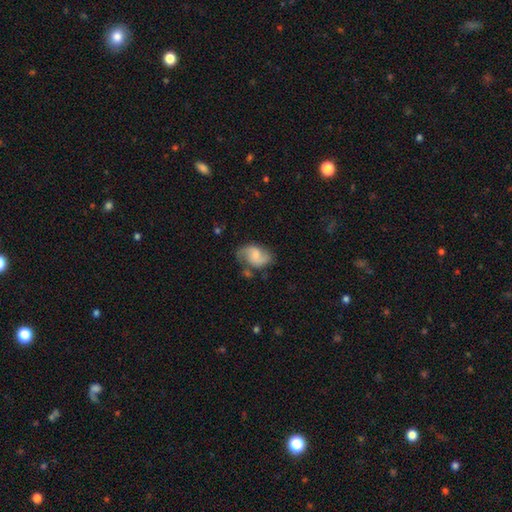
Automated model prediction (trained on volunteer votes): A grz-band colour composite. It shows a featured or disk galaxy (74%) with no bar (47%), 2 (90%) medium (44%) spiral arms (94%) and a small central bulge (44%). Merging: none (68%).